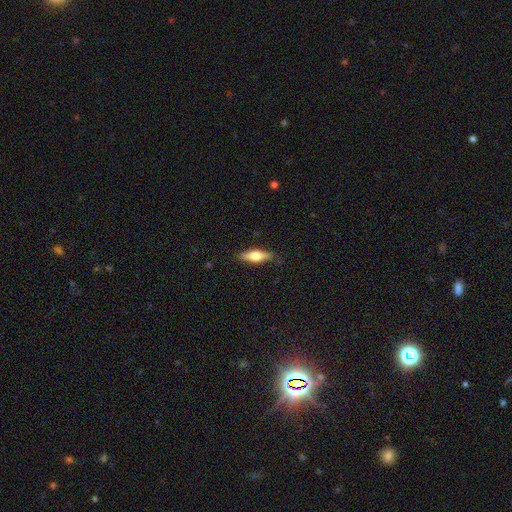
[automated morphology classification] A smooth galaxy with no disk features (57%) that is cigar-shaped (54%).

Vote fractions:
- Smooth or featured? smooth: 57% / featured or disk: 37% / star or artifact: 6%
- How rounded? cigar-shaped: 54% / in between: 44% / round: 2%
- Merging? none: 86% / minor disturbance: 11% / major disturbance: 2% / merger: 1%